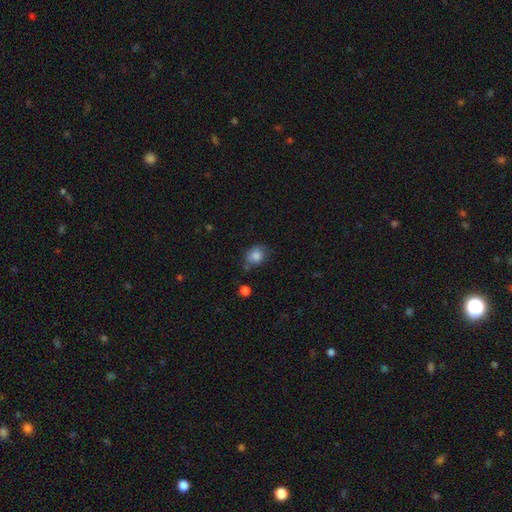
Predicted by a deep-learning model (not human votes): smooth 84%, star or artifact 10%, featured or disk 7%. Down the decision tree: how rounded — round (65%); merging — none (62%).